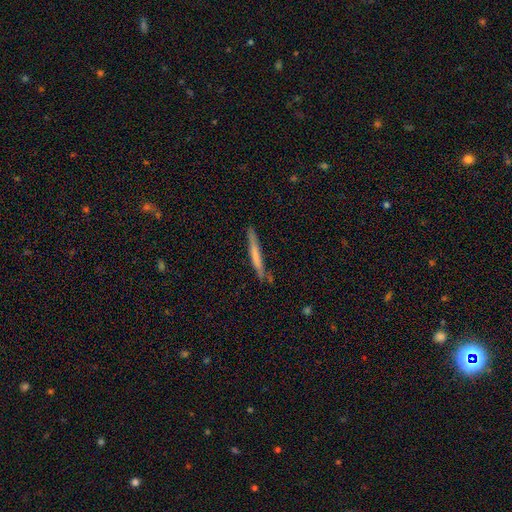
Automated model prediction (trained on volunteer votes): A smooth galaxy with no disk features (61%) that is cigar-shaped (96%).

Vote fractions:
- Smooth or featured? smooth: 61% / featured or disk: 33% / star or artifact: 6%
- How rounded? cigar-shaped: 96% / in between: 3% / round: 1%
- Merging? none: 79% / minor disturbance: 15% / merger: 3% / major disturbance: 3%